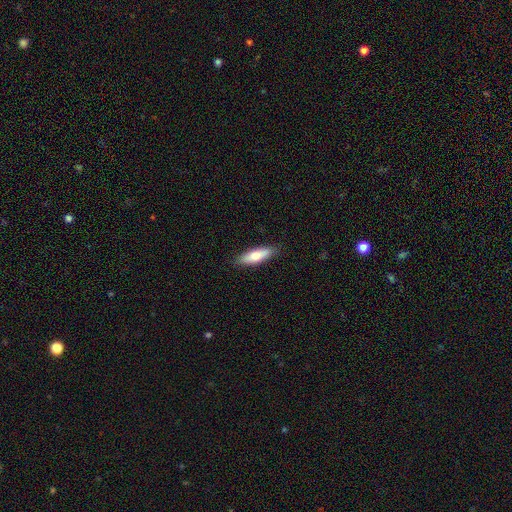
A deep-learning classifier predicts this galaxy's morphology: Overall: smooth (70%). How rounded: cigar-shaped (54%; in between 44%). Merging: none (87%).